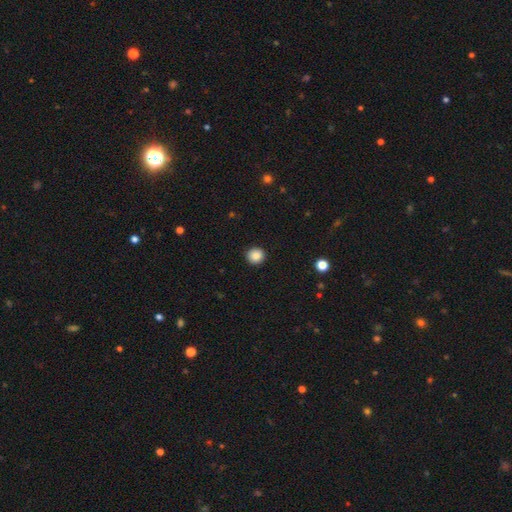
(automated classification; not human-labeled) smooth-or-featured: smooth: 87% | star or artifact: 10% | featured or disk: 4%
  how-rounded: round: 91% | in between: 8% | cigar-shaped: 1%
  merging: none: 92% | minor disturbance: 5% | major disturbance: 2% | merger: 1%